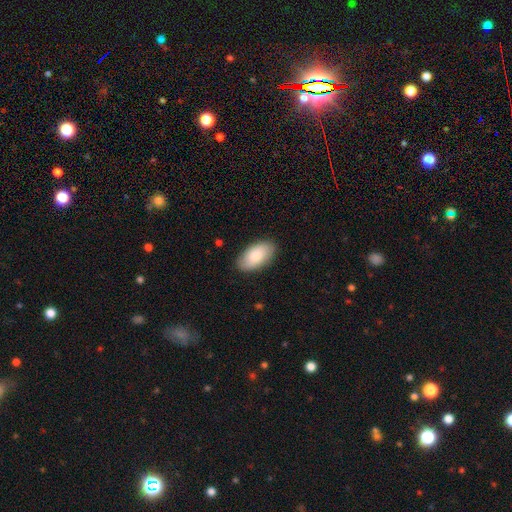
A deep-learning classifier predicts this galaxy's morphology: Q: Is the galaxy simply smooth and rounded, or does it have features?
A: smooth — 83%.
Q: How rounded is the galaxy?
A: in between — 95%.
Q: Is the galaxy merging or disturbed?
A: none — 87%.